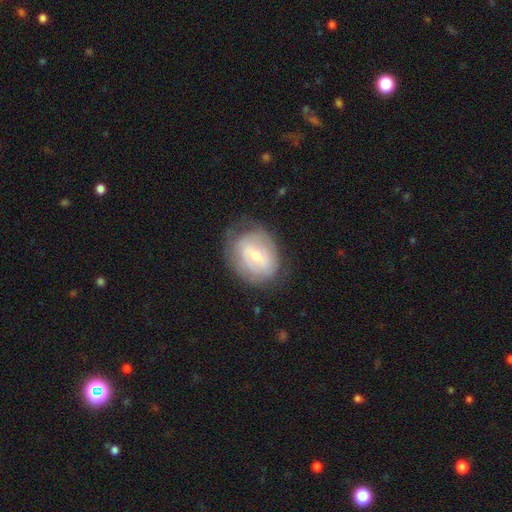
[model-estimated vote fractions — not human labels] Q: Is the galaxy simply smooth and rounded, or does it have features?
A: featured or disk — 57%.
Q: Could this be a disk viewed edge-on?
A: no — 96%.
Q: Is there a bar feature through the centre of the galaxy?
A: weak — 45%.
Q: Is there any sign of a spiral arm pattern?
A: yes — 55%.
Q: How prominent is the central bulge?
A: moderate — 51%.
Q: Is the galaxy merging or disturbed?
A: none — 63%.